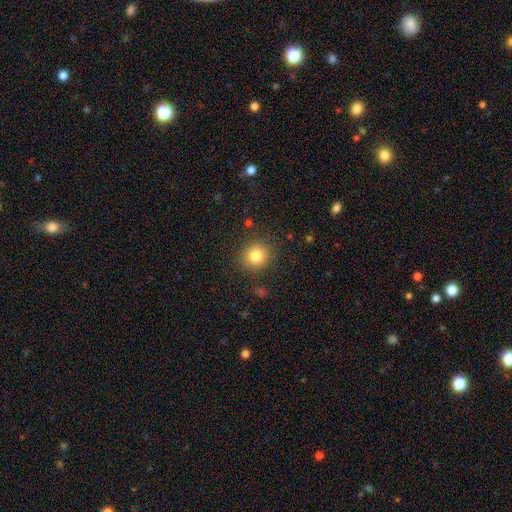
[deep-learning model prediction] Overall: smooth (82%). How rounded: round (89%). Merging: none (88%).